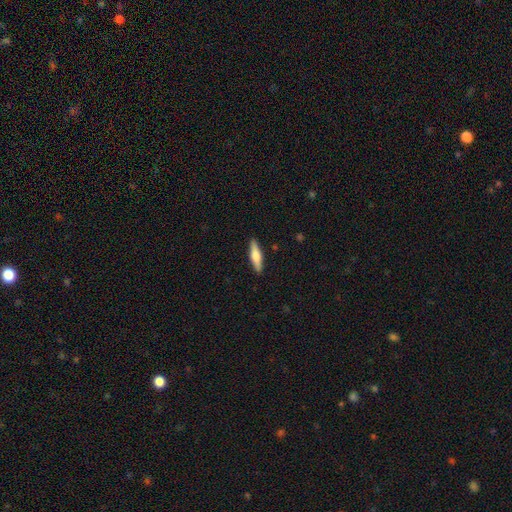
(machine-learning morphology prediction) smooth-or-featured: smooth: 50% | featured or disk: 45% | star or artifact: 5%
  merging: none: 91% | minor disturbance: 7% | major disturbance: 1% | merger: 1%